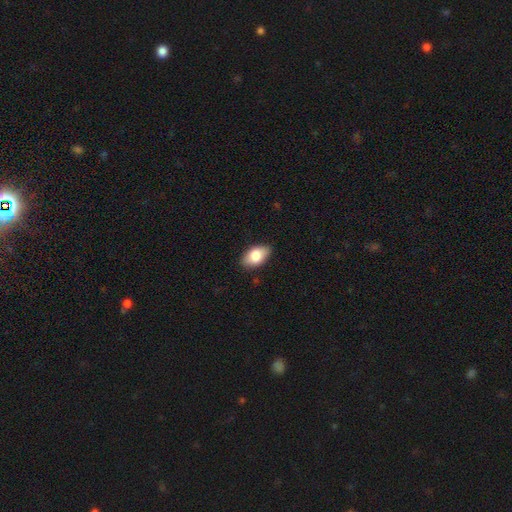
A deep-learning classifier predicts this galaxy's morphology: smooth_or_featured: smooth (p=0.81) [alt: featured or disk p=0.12]
how_rounded: in between (p=0.92) [alt: round p=0.06]
merging: none (p=0.85) [alt: minor disturbance p=0.12]